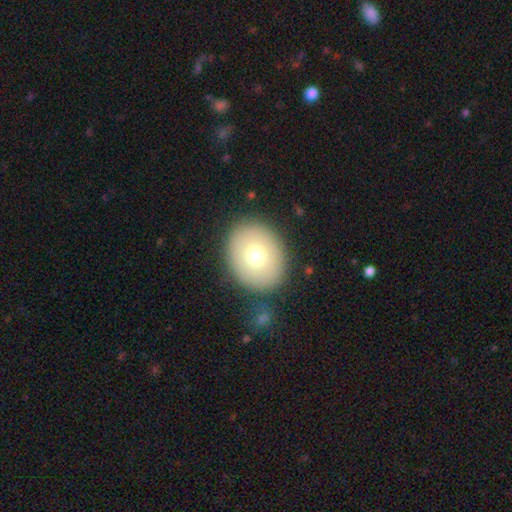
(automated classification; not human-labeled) Morphology: type=smooth (73%); roundness=round (51%); merging=none (84%).